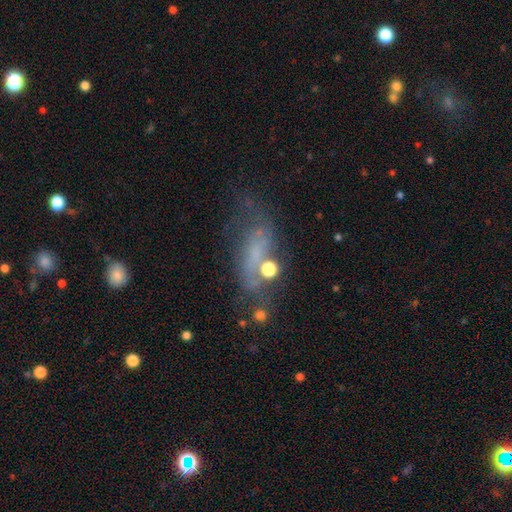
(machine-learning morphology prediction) smooth_or_featured: smooth (p=0.41) [alt: featured or disk p=0.40]
merging: none (p=0.42) [alt: major disturbance p=0.25]